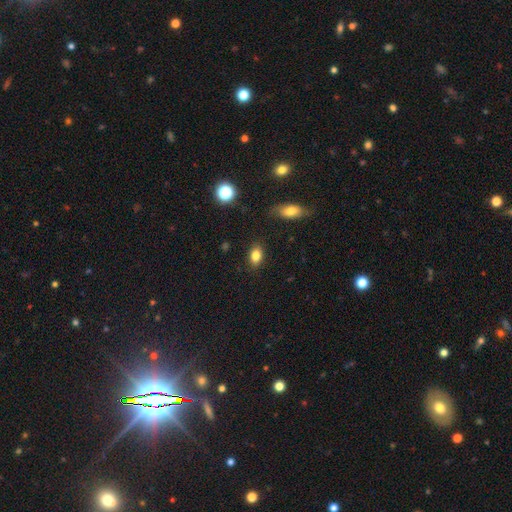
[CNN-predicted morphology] A smooth galaxy with no disk features (82%) that is in between round and cigar-shaped (81%).

Vote fractions:
- Smooth or featured? smooth: 82% / star or artifact: 10% / featured or disk: 8%
- How rounded? in between: 81% / round: 17% / cigar-shaped: 2%
- Merging? none: 86% / minor disturbance: 10% / major disturbance: 3% / merger: 1%